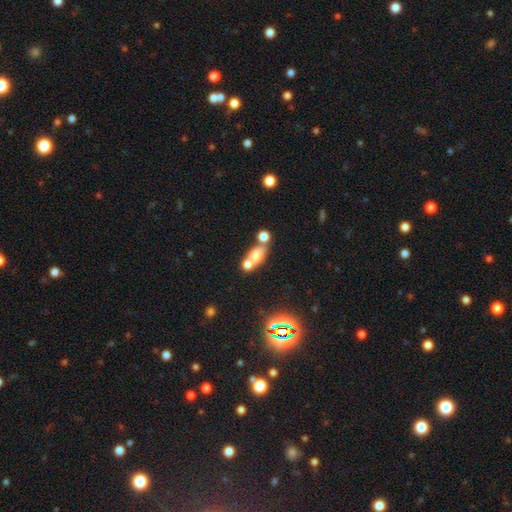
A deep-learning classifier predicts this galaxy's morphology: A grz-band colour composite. It shows a smooth galaxy with no disk features (63%) that is in between round and cigar-shaped (63%). Merging: merger (48%).